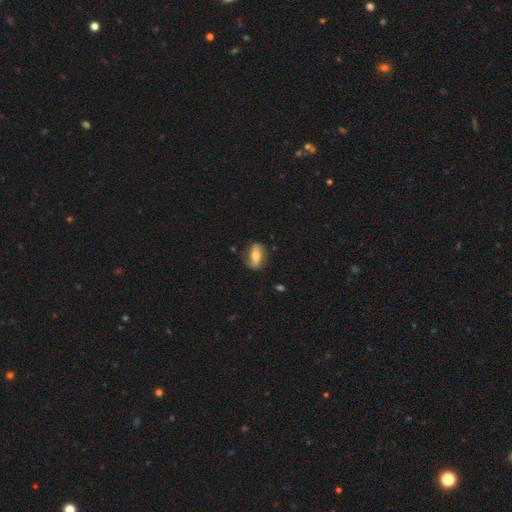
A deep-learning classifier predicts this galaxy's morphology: Smooth or featured? Predicted: smooth (p=0.47). Merging? Predicted: none (p=0.74).